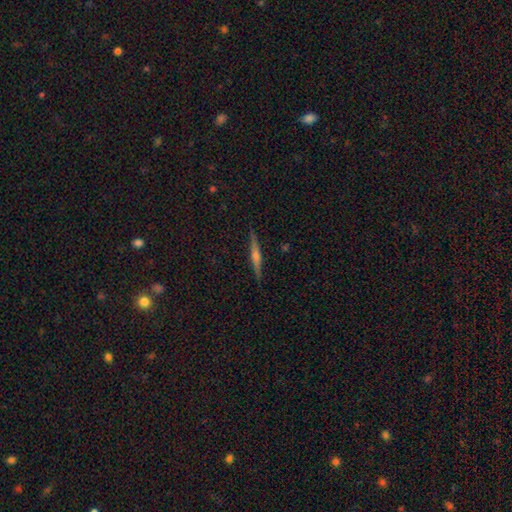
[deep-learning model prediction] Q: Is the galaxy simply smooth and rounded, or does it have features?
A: featured or disk — 70%.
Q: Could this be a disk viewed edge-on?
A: yes — 98%.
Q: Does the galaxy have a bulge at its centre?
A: rounded — 75%.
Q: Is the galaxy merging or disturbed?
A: none — 91%.